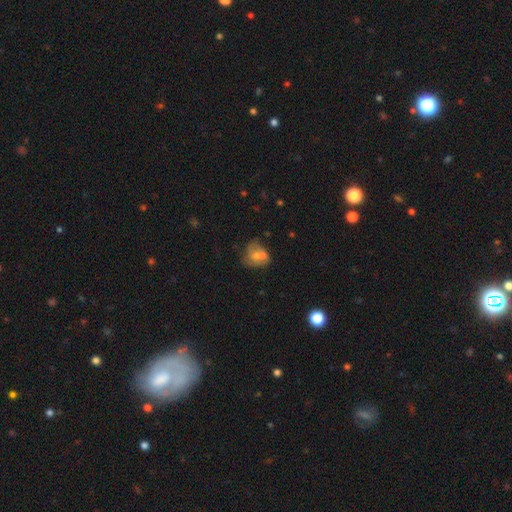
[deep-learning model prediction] Smooth or featured? Predicted: smooth (p=0.49). Merging? Predicted: merger (p=0.37).